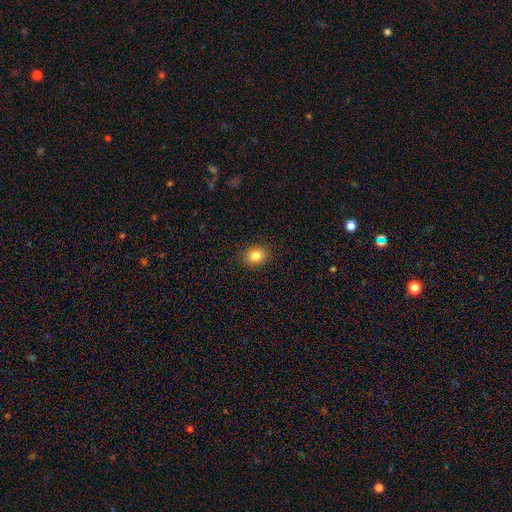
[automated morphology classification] This is clearly a smooth galaxy (84%). How rounded: possibly round (53%). Merging: clearly none (90%).